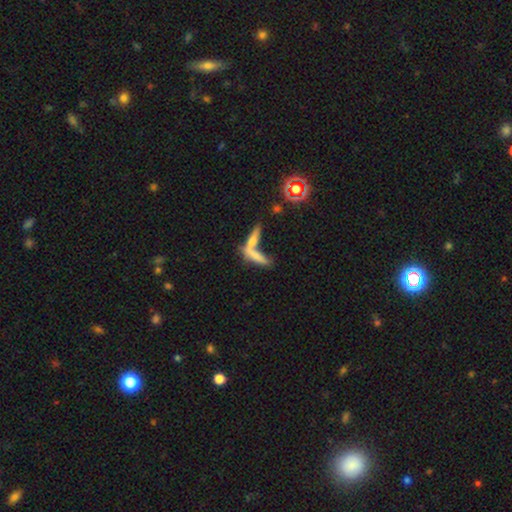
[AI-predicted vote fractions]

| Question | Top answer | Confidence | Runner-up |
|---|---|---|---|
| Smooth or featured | smooth | 63% | featured or disk (25%) |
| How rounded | cigar-shaped | 73% | in between (24%) |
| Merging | merger | 59% | none (28%) |